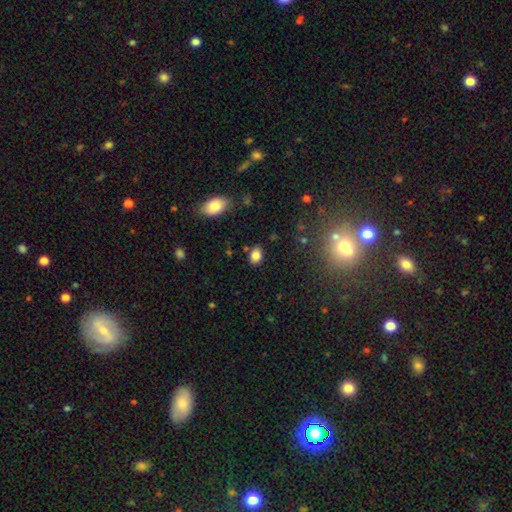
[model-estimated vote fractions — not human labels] A smooth galaxy with no disk features (84%) that is in between round and cigar-shaped (84%). Merging: none (82%).